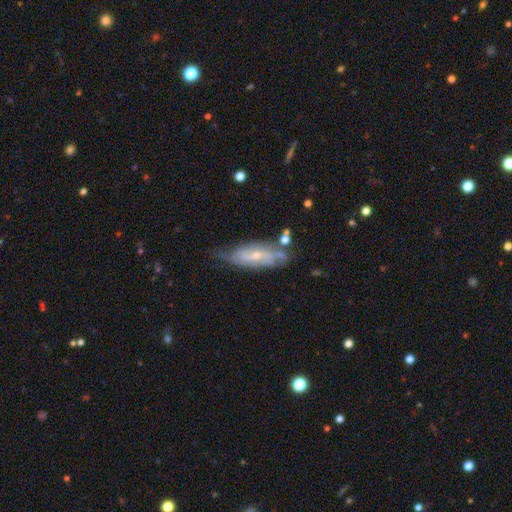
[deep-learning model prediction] featured or disk 69%, smooth 24%, star or artifact 7%. Down the decision tree: edge-on disk — no (83%); bar — no (45%); spiral arms — yes (82%); bulge size — small (62%); merging — none (54%).